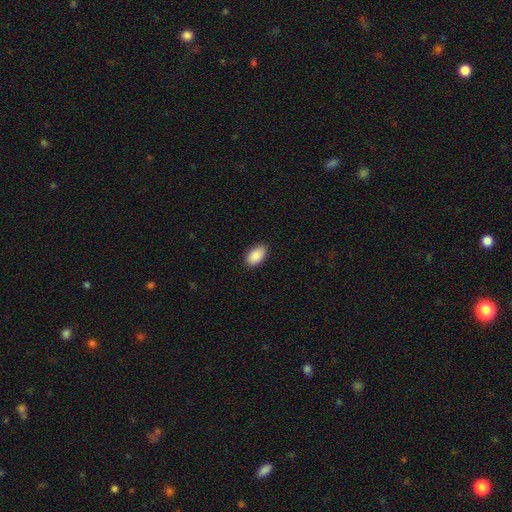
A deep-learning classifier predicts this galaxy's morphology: Smooth or featured?
  - smooth: 90% *
  - star or artifact: 6%
  - featured or disk: 3%
How rounded?
  - in between: 94% *
  - round: 4%
  - cigar-shaped: 2%
Merging?
  - none: 86% *
  - minor disturbance: 11%
  - major disturbance: 2%
  - merger: 1%